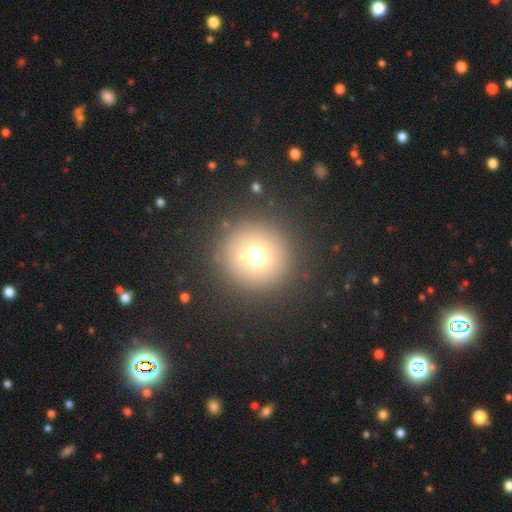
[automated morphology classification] smooth-or-featured: smooth: 68% | star or artifact: 20% | featured or disk: 12%
  how-rounded: round: 95% | in between: 4% | cigar-shaped: 1%
  merging: none: 84% | minor disturbance: 7% | merger: 5% | major disturbance: 4%